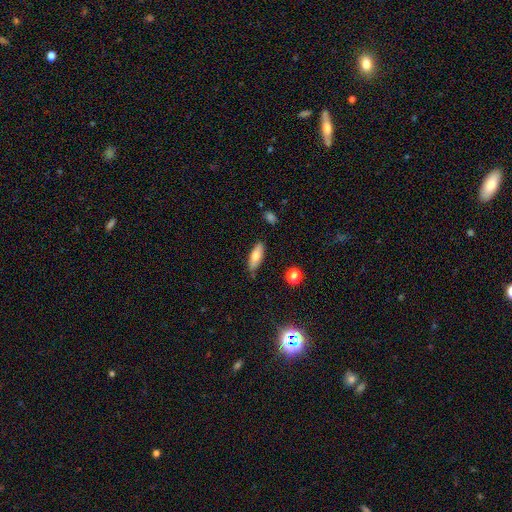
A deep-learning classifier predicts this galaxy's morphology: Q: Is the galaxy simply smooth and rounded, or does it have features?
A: smooth — 73%.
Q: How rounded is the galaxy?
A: in between — 60%.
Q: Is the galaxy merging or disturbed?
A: none — 81%.